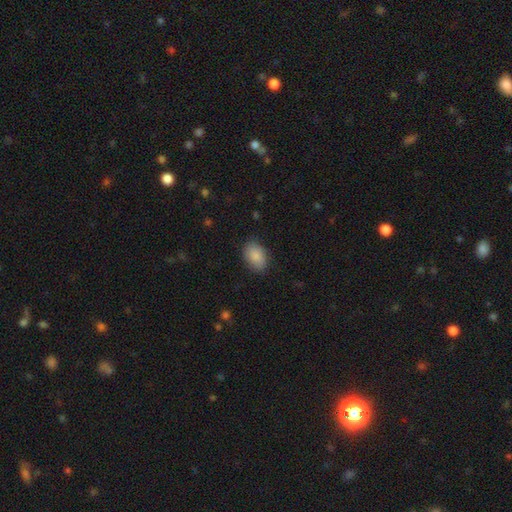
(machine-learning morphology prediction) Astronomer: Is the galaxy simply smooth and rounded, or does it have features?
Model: smooth — 88%.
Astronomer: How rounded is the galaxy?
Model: in between — 84%.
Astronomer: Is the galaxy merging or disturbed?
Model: none — 82%.